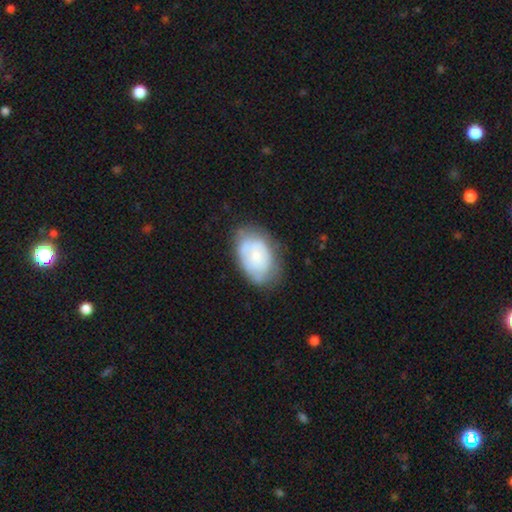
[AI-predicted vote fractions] Smooth or featured?
  - smooth: 53% *
  - featured or disk: 39%
  - star or artifact: 7%
How rounded?
  - in between: 85% *
  - round: 14%
  - cigar-shaped: 1%
Merging?
  - none: 61% *
  - minor disturbance: 27%
  - major disturbance: 10%
  - merger: 3%